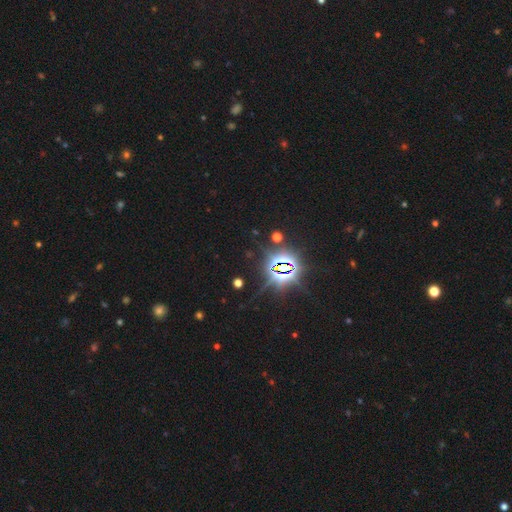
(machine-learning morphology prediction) Smooth or featured? star or artifact (86%)